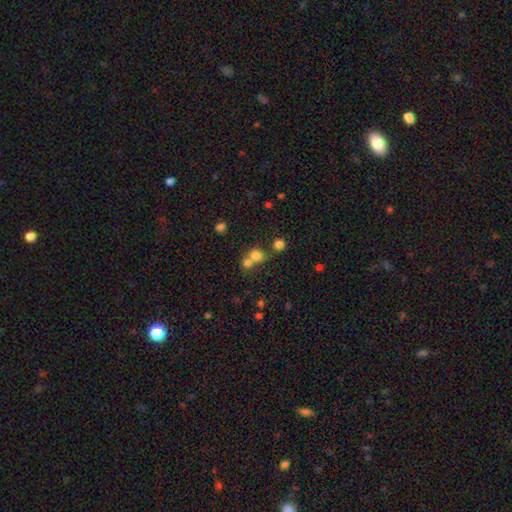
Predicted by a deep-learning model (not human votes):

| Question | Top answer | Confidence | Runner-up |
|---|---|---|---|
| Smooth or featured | smooth | 73% | star or artifact (17%) |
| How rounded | round | 83% | in between (16%) |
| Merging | merger | 46% | none (44%) |